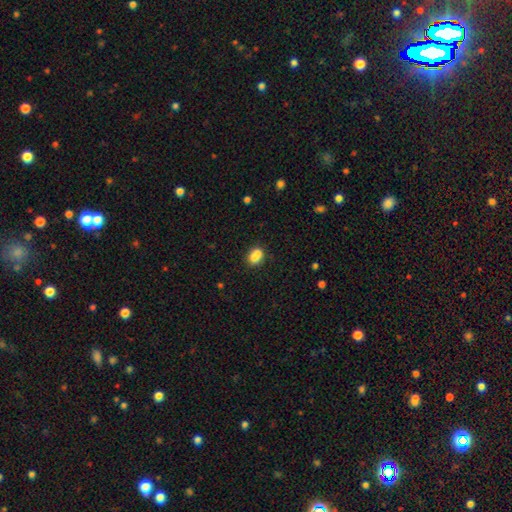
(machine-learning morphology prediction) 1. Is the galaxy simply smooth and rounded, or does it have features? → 83% smooth, 9% star or artifact, 7% featured or disk.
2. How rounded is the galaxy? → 73% in between, 26% round, 2% cigar-shaped.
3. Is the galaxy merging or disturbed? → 63% none, 17% merger, 16% minor disturbance, 4% major disturbance.